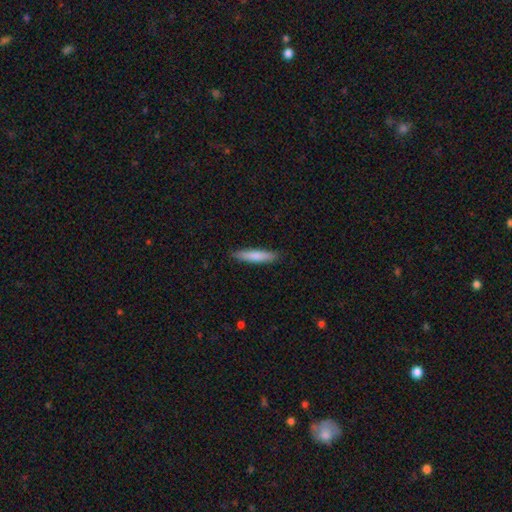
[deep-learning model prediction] A smooth galaxy with no disk features (80%) that is cigar-shaped (86%).

Vote fractions:
- Smooth or featured? smooth: 80% / featured or disk: 14% / star or artifact: 5%
- How rounded? cigar-shaped: 86% / in between: 13% / round: 1%
- Merging? none: 89% / minor disturbance: 8% / major disturbance: 2% / merger: 1%